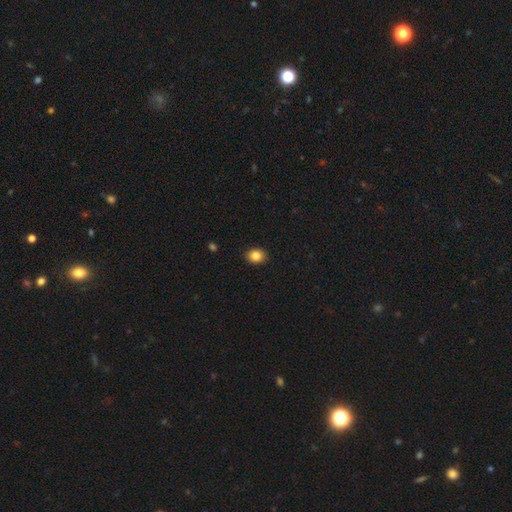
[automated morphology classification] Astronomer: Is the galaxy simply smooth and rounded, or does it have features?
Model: smooth — 84%.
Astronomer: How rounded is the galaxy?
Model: in between — 50% (runner-up: round, 49%).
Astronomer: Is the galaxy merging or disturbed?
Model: none — 90%.